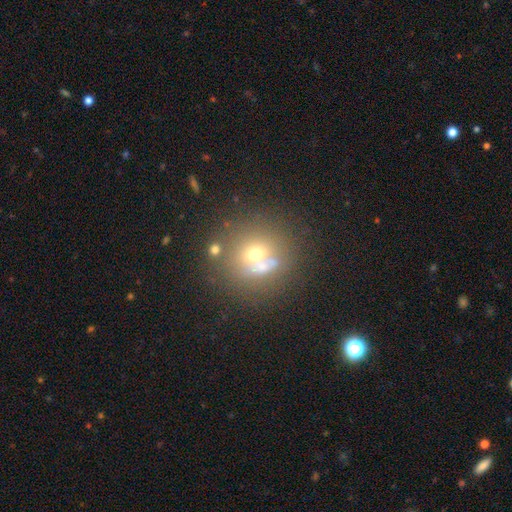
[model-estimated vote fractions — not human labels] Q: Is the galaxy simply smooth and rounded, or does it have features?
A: smooth — 57%.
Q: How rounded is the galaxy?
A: round — 85%.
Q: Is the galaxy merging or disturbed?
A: none — 52%.